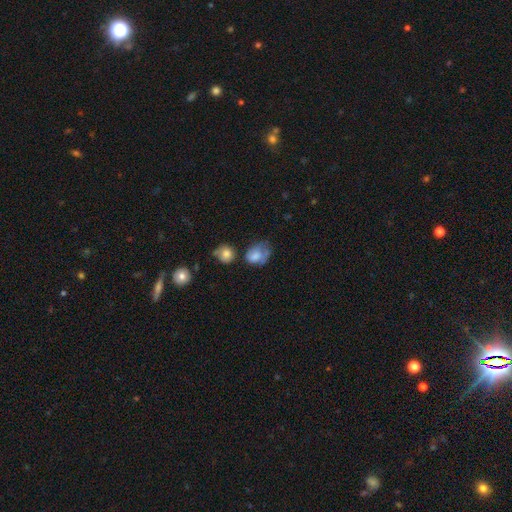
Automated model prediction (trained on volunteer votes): Smooth or featured?
  - smooth: 69% *
  - featured or disk: 21%
  - star or artifact: 10%
How rounded?
  - in between: 65% *
  - round: 34%
  - cigar-shaped: 1%
Merging?
  - minor disturbance: 33% *
  - none: 31%
  - major disturbance: 26%
  - merger: 10%